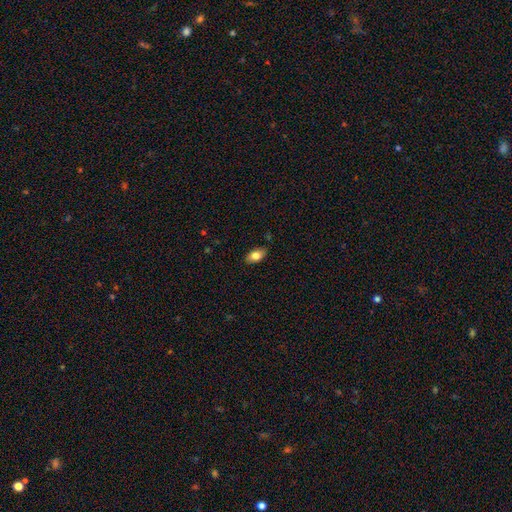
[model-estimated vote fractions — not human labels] This is likely a smooth galaxy (80%). How rounded: clearly in between (91%). Merging: clearly none (85%).